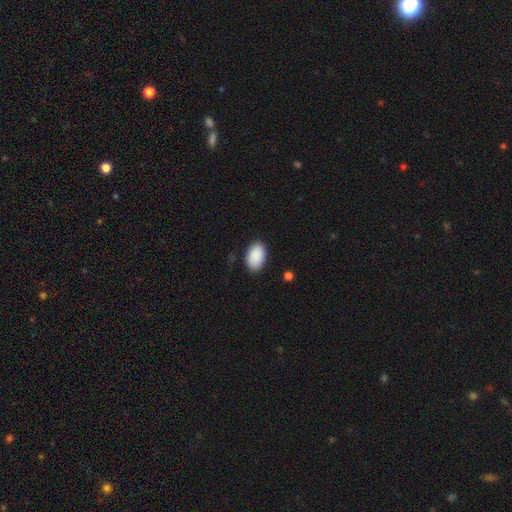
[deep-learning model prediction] A smooth galaxy with no disk features (91%) that is in between round and cigar-shaped (93%).

Vote fractions:
- Smooth or featured? smooth: 91% / star or artifact: 6% / featured or disk: 3%
- How rounded? in between: 93% / round: 6% / cigar-shaped: 1%
- Merging? none: 86% / minor disturbance: 11% / major disturbance: 2% / merger: 1%